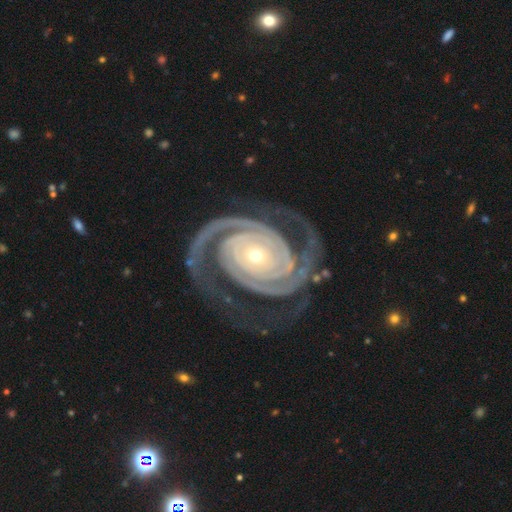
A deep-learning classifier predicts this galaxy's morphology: A featured or disk galaxy (94%) with no bar (71%), 2 (85%) tight (78%) spiral arms (99%) and a small central bulge (70%).

Vote fractions:
- Smooth or featured? featured or disk: 94% / star or artifact: 4% / smooth: 2%
- Edge-on disk? no: 98% / yes: 2%
- Bar? no: 71% / weak: 15% / strong: 14%
- Spiral arms? yes: 99% / no: 1%
- Spiral winding? tight: 78% / medium: 19% / loose: 3%
- Spiral arm count? 2: 85% / 3: 5% / can't tell: 3% / 4: 2% / 1: 2% / more than 4: 2%
- Bulge size? small: 70% / moderate: 26% / large: 2% / dominant: 1% / none: 1%
- Merging? none: 76% / minor disturbance: 13% / major disturbance: 9% / merger: 2%